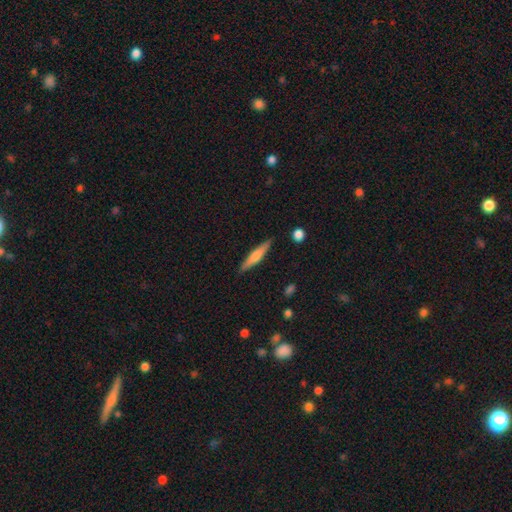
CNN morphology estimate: This appears to be a smooth galaxy with no disk features (48%). Merging: none (89%).